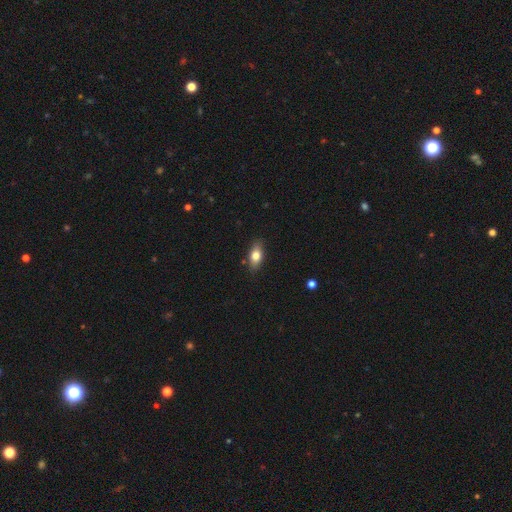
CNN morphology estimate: Smooth or featured?
  - smooth: 77% *
  - featured or disk: 15%
  - star or artifact: 8%
How rounded?
  - in between: 84% *
  - cigar-shaped: 8%
  - round: 7%
Merging?
  - none: 85% *
  - minor disturbance: 11%
  - major disturbance: 2%
  - merger: 1%